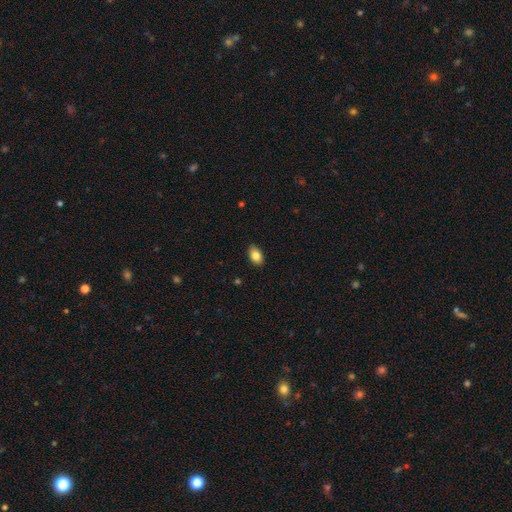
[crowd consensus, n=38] This is clearly a smooth galaxy (95%). How rounded: clearly in between (92%). Merging: clearly none (92%).